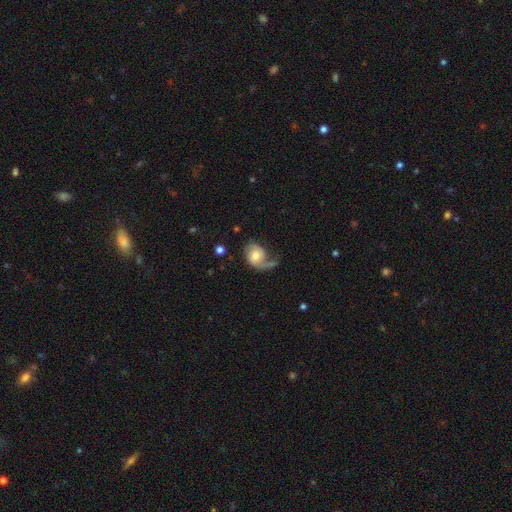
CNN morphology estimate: Smooth or featured? featured or disk (49%)
Merging? major disturbance (36%)